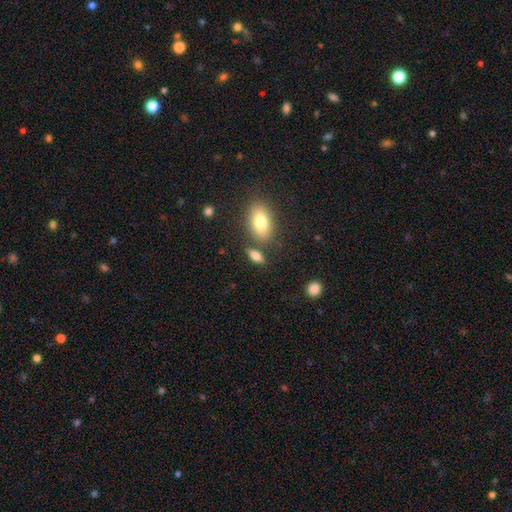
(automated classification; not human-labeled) Smooth or featured? Predicted: smooth (p=0.74). How rounded? Predicted: in between (p=0.71). Merging? Predicted: none (p=0.72).